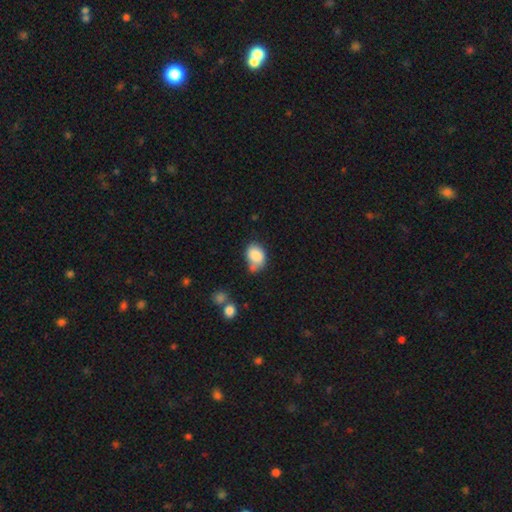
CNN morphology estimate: Smooth or featured? Predicted: smooth (p=0.84). How rounded? Predicted: in between (p=0.68). Merging? Predicted: none (p=0.46).